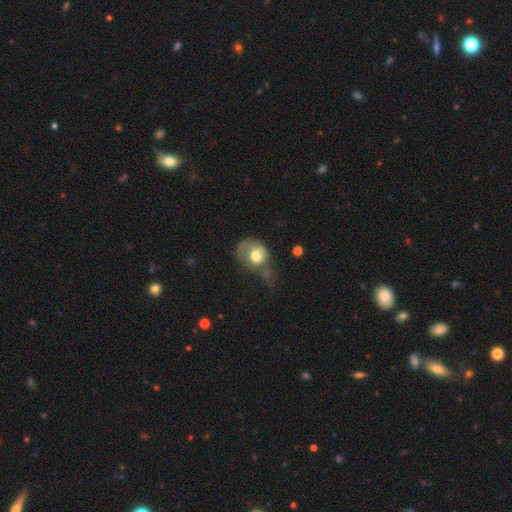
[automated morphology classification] The model was most divided on "how rounded": round: 53%, in between: 45%, cigar-shaped: 1%. Remaining: smooth or featured — smooth (60%); merging — major disturbance (50%).